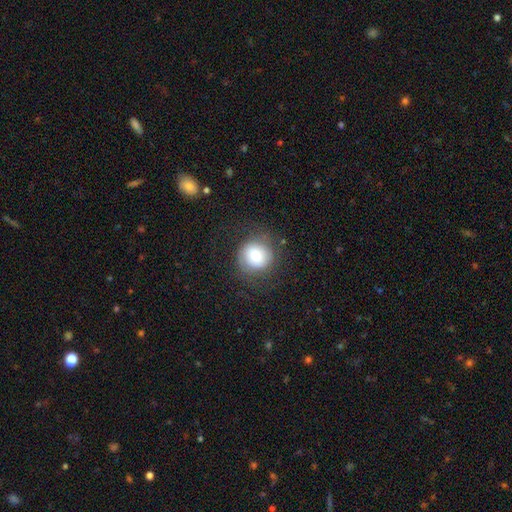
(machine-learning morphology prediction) Q: Smooth or featured?
A: smooth (63%); runner-up: featured or disk (28%)
Q: How rounded?
A: round (89%); runner-up: in between (10%)
Q: Merging?
A: none (72%); runner-up: minor disturbance (15%)